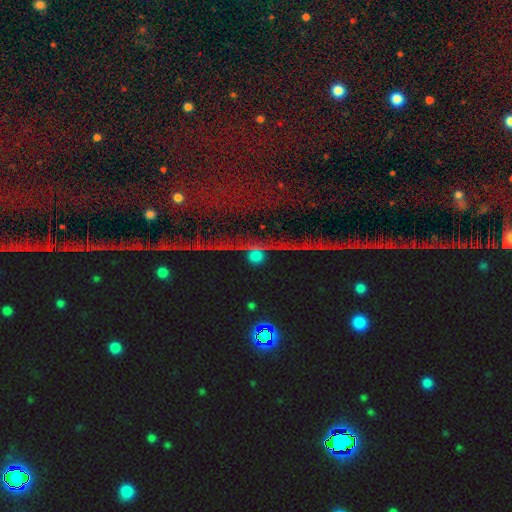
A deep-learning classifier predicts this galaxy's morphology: type=star or artifact (63%).